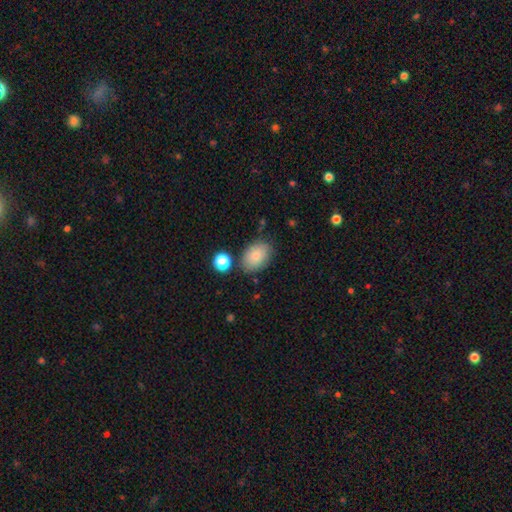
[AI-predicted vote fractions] A smooth galaxy with no disk features (82%) that is in between round and cigar-shaped (82%). Merging: none (76%).